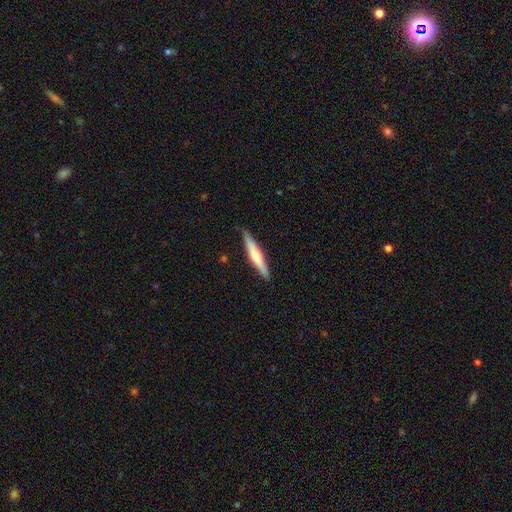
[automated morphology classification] Smooth or featured? Predicted: featured or disk (p=0.50). Edge-on disk? Predicted: yes (p=0.95). Merging? Predicted: none (p=0.88).